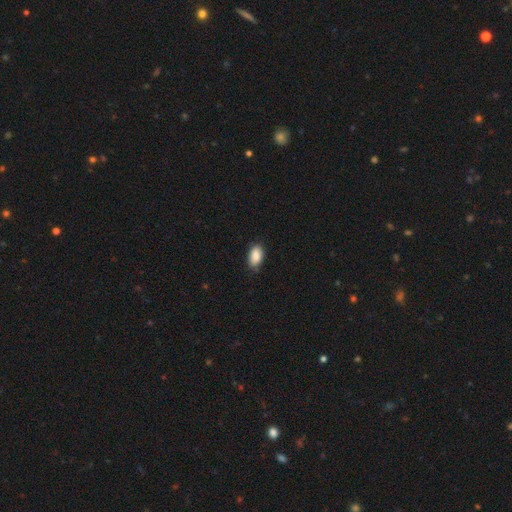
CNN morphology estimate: This appears to be a smooth galaxy with no disk features (89%) that is in between round and cigar-shaped (93%). Merging: none (80%).